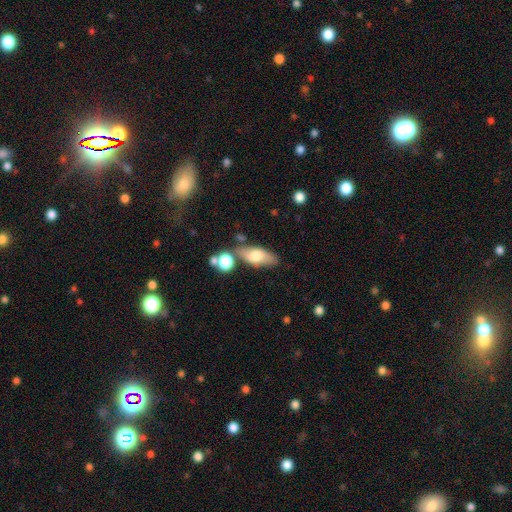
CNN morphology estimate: Overall: smooth (63%; featured or disk 29%). How rounded: in between (75%). Merging: none (69%).